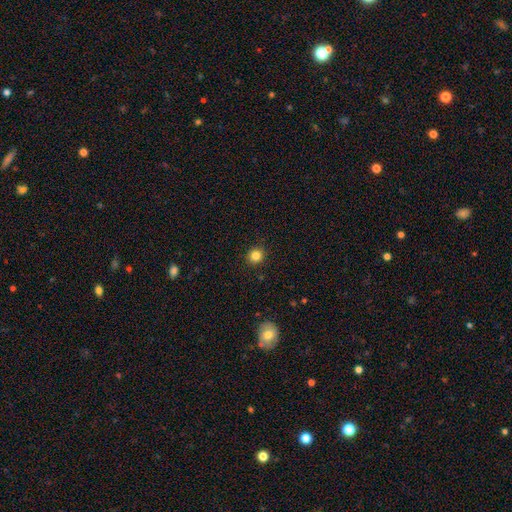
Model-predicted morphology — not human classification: Smooth or featured? Predicted: smooth (p=0.83). How rounded? Predicted: round (p=0.91). Merging? Predicted: none (p=0.92).